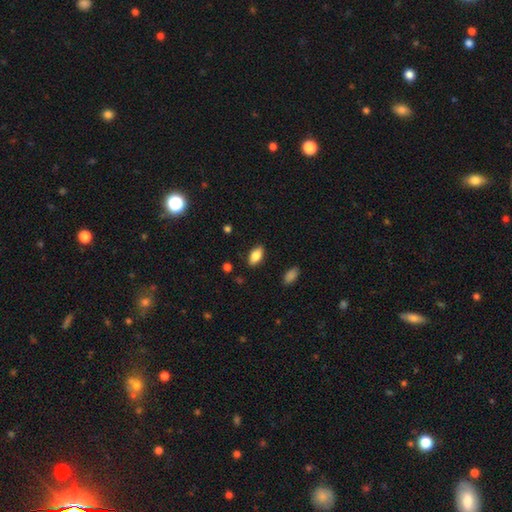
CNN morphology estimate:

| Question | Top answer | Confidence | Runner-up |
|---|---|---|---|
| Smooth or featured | smooth | 81% | featured or disk (12%) |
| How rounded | in between | 90% | cigar-shaped (7%) |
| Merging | none | 86% | minor disturbance (10%) |